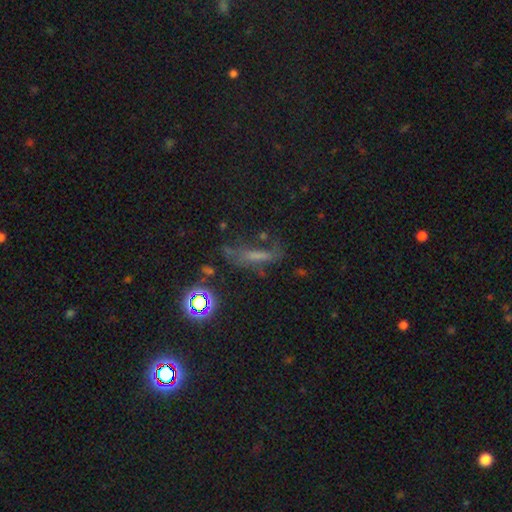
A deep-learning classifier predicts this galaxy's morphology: Smooth or featured: smooth — 36% (star or artifact — 35%)
Merging: none — 50% (minor disturbance — 23%)